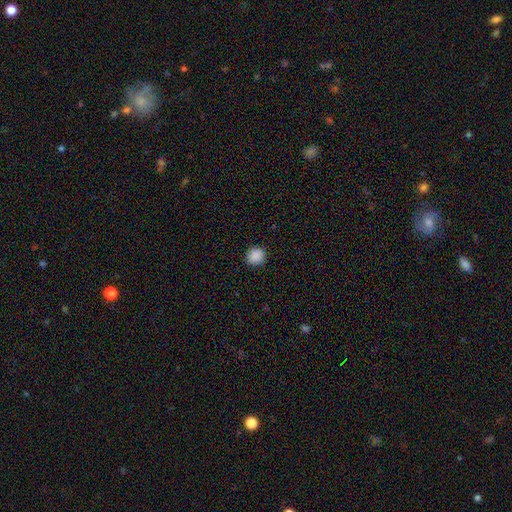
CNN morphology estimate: Q: Smooth or featured?
A: smooth (89%); runner-up: star or artifact (9%)
Q: How rounded?
A: round (80%); runner-up: in between (19%)
Q: Merging?
A: none (90%); runner-up: minor disturbance (7%)